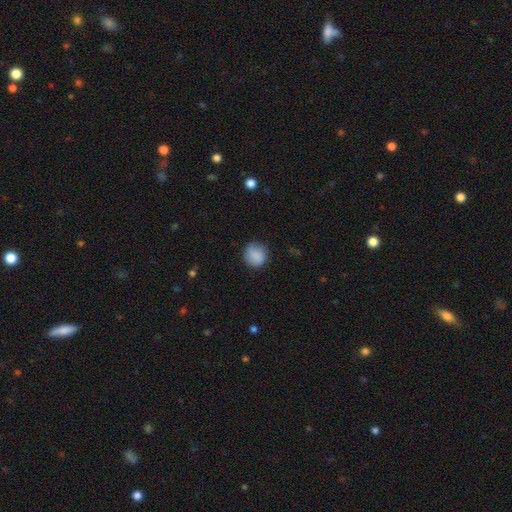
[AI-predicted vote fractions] Smooth or featured: smooth — 84% (featured or disk — 8%)
How rounded: round — 86% (in between — 13%)
Merging: none — 72% (minor disturbance — 21%)